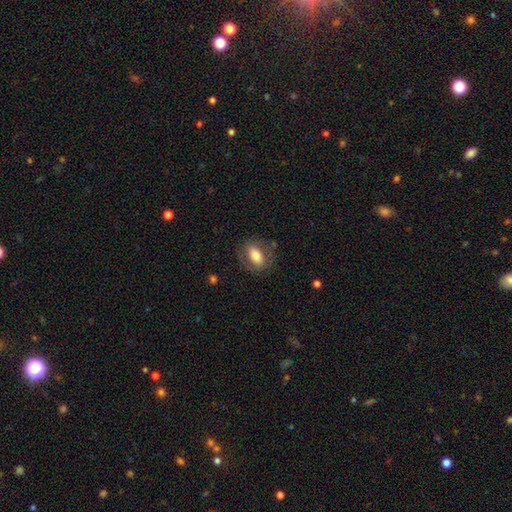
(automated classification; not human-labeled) Smooth or featured?
  - smooth: 67% *
  - featured or disk: 25%
  - star or artifact: 8%
How rounded?
  - in between: 79% *
  - round: 19%
  - cigar-shaped: 3%
Merging?
  - none: 77% *
  - minor disturbance: 15%
  - major disturbance: 7%
  - merger: 2%